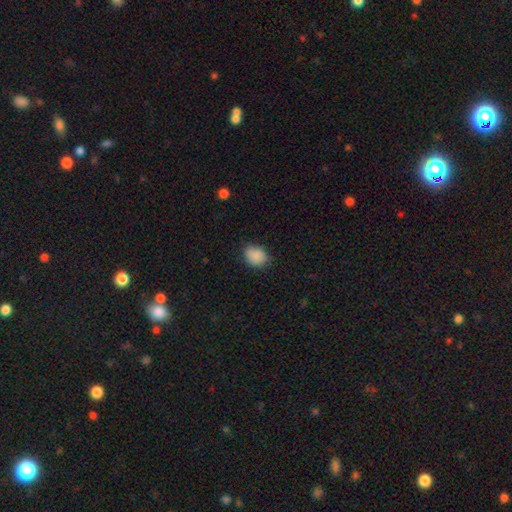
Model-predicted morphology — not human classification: smooth 88%, star or artifact 8%, featured or disk 4%. Down the decision tree: how rounded — in between (61%); merging — none (79%).